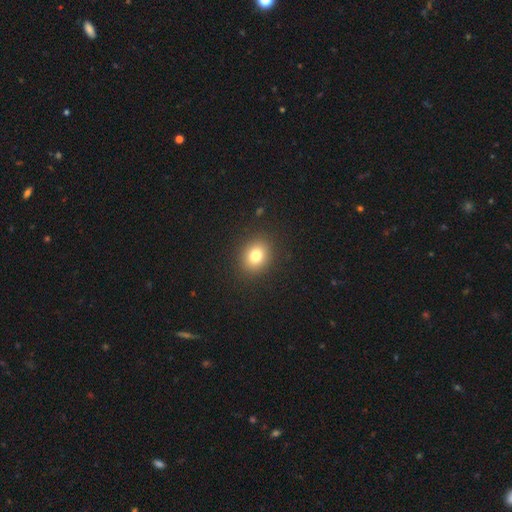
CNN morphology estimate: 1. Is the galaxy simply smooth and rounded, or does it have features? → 80% smooth, 12% star or artifact, 8% featured or disk.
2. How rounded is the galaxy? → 64% round, 35% in between, 1% cigar-shaped.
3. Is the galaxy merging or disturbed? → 90% none, 7% minor disturbance, 3% major disturbance, 1% merger.